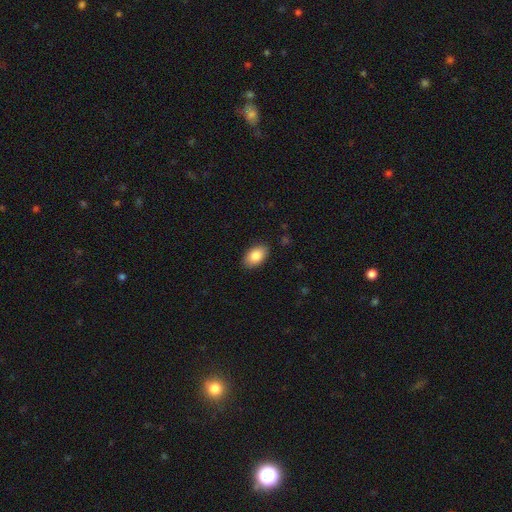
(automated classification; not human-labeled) smooth-or-featured: smooth: 86% | featured or disk: 7% | star or artifact: 7%
  how-rounded: in between: 92% | round: 6% | cigar-shaped: 2%
  merging: none: 87% | minor disturbance: 10% | major disturbance: 2% | merger: 1%